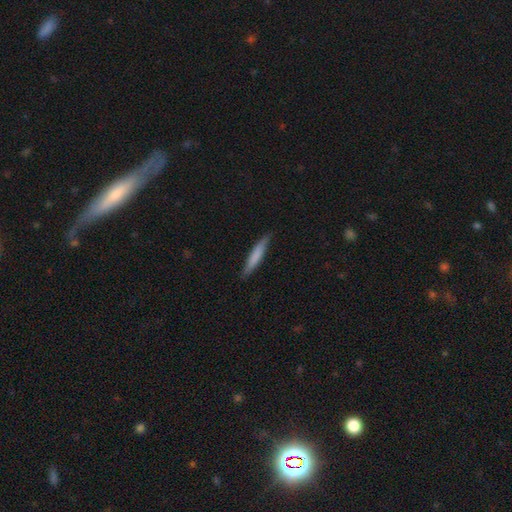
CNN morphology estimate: A smooth galaxy with no disk features (71%) that is cigar-shaped (92%). Merging: none (82%).